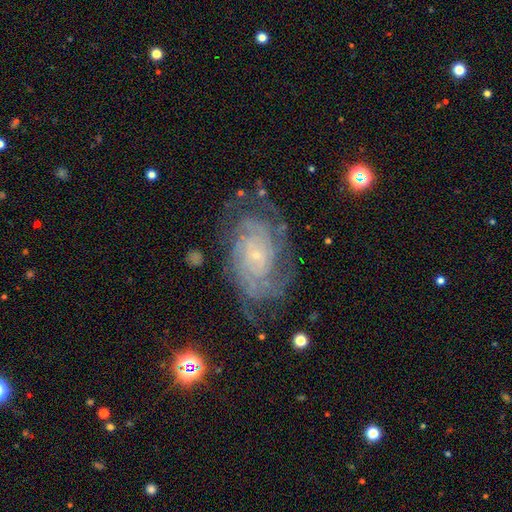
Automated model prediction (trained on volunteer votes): Smooth or featured?
  - featured or disk: 85% *
  - star or artifact: 8%
  - smooth: 7%
Edge-on disk?
  - no: 96% *
  - yes: 4%
Bar?
  - no: 73% *
  - weak: 21%
  - strong: 6%
Spiral arms?
  - yes: 96% *
  - no: 4%
Spiral winding?
  - tight: 73% *
  - medium: 22%
  - loose: 5%
Spiral arm count?
  - can't tell: 35% *
  - 4: 19%
  - 2: 15%
  - 3: 14%
  - more than 4: 11%
  - 1: 7%
Bulge size?
  - small: 85% *
  - moderate: 10%
  - none: 3%
  - large: 1%
  - dominant: 1%
Merging?
  - none: 72% *
  - minor disturbance: 18%
  - major disturbance: 8%
  - merger: 2%